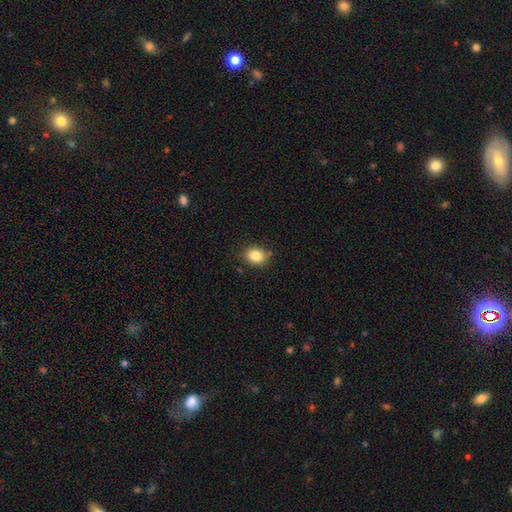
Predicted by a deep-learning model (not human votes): Overall: smooth (83%). How rounded: round (51%; in between 48%). Merging: none (80%).